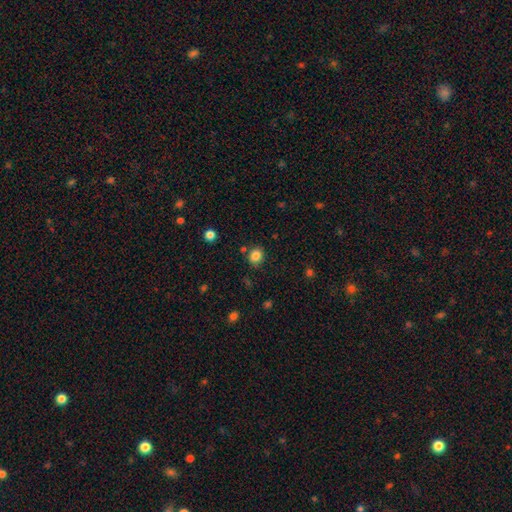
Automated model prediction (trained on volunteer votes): Smooth or featured? smooth (84%)
How rounded? round (70%)
Merging? none (82%)